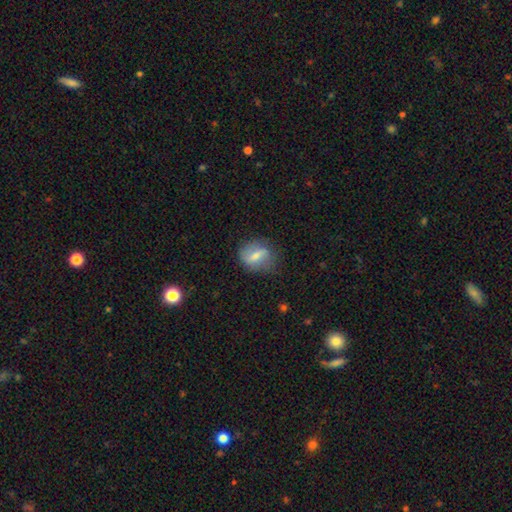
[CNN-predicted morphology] type=smooth (48%); merging=none (69%).